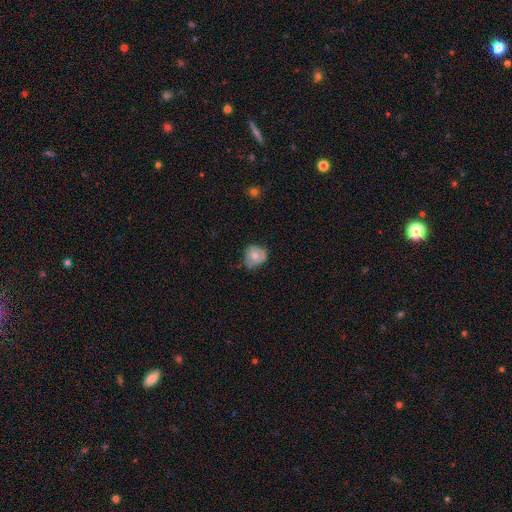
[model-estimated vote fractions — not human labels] Overall: smooth (64%; featured or disk 28%). How rounded: round (75%). Merging: none (54%; minor disturbance 36%).